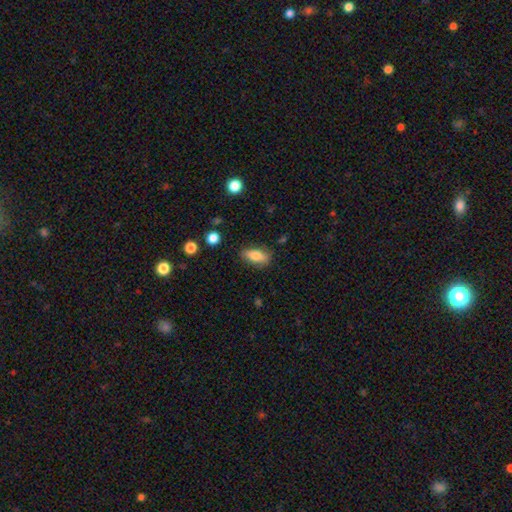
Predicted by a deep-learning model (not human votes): Smooth or featured? Predicted: smooth (p=0.78). How rounded? Predicted: in between (p=0.79). Merging? Predicted: none (p=0.82).